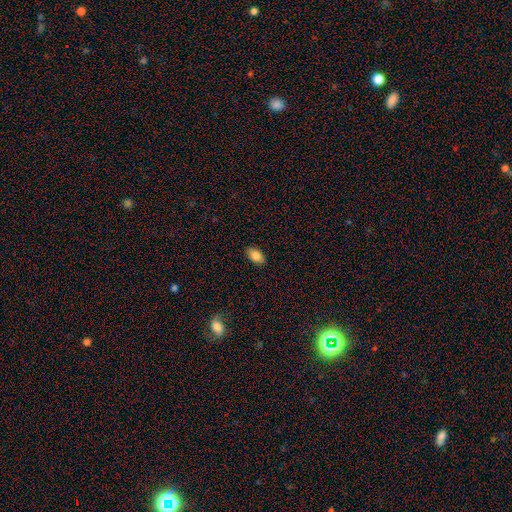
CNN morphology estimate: Q: Smooth or featured?
A: smooth (85%); runner-up: star or artifact (8%)
Q: How rounded?
A: in between (91%); runner-up: round (7%)
Q: Merging?
A: none (88%); runner-up: minor disturbance (9%)